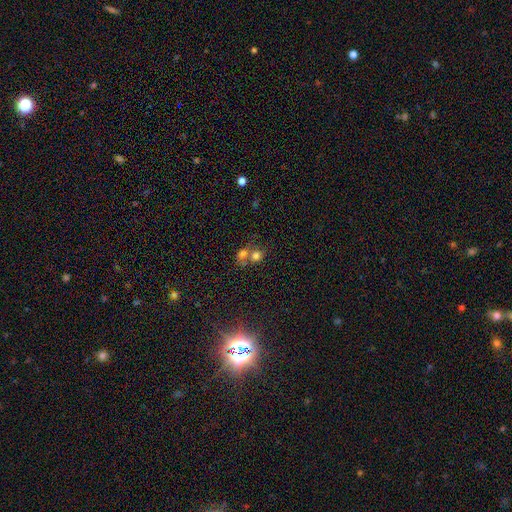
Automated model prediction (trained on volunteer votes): Q: Smooth or featured?
A: smooth (73%); runner-up: star or artifact (14%)
Q: How rounded?
A: round (76%); runner-up: in between (23%)
Q: Merging?
A: merger (58%); runner-up: none (33%)